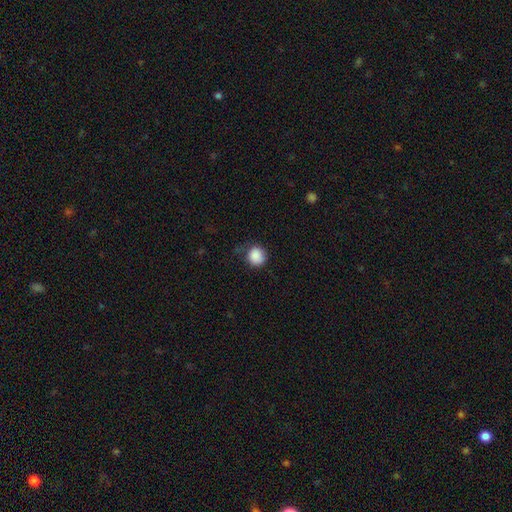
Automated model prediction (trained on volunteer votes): Smooth or featured: smooth — 88% (star or artifact — 9%)
How rounded: round — 86% (in between — 13%)
Merging: none — 70% (minor disturbance — 22%)